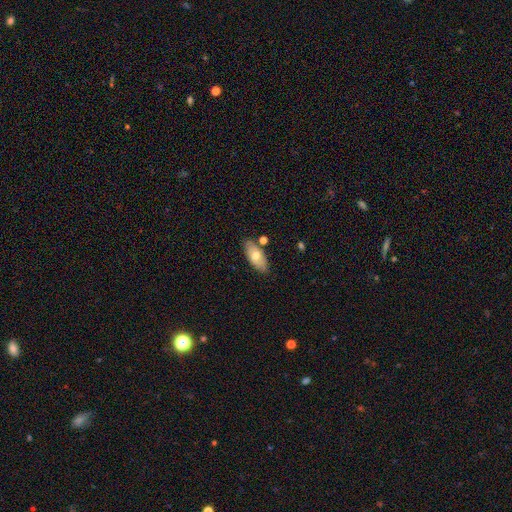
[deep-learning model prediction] Q: Smooth or featured?
A: smooth (68%); runner-up: featured or disk (25%)
Q: How rounded?
A: in between (88%); runner-up: cigar-shaped (9%)
Q: Merging?
A: none (80%); runner-up: minor disturbance (12%)